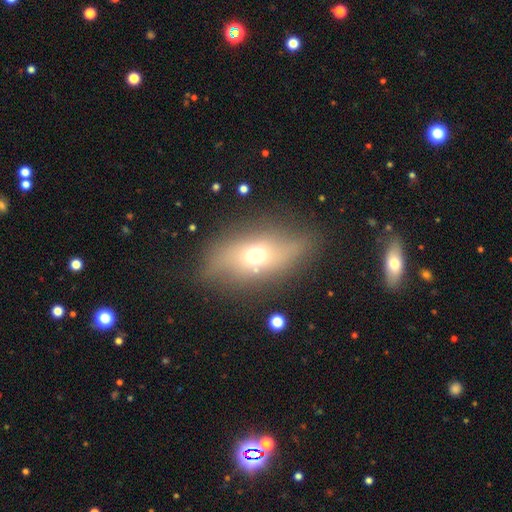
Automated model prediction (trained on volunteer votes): This is possibly a smooth galaxy (53%). How rounded: likely in between (71%). Merging: likely none (72%).